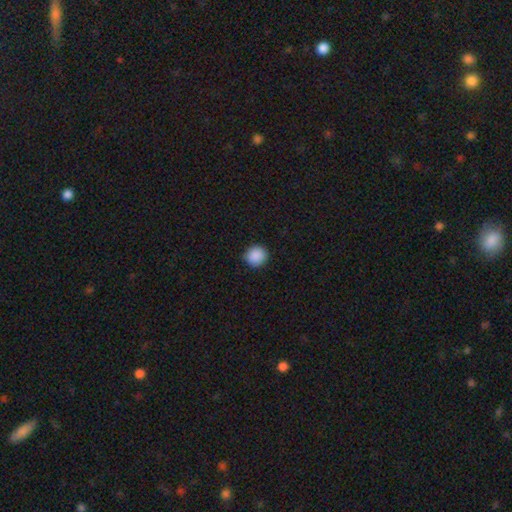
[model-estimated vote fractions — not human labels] Morphology: type=smooth (89%); roundness=round (90%); merging=none (91%).